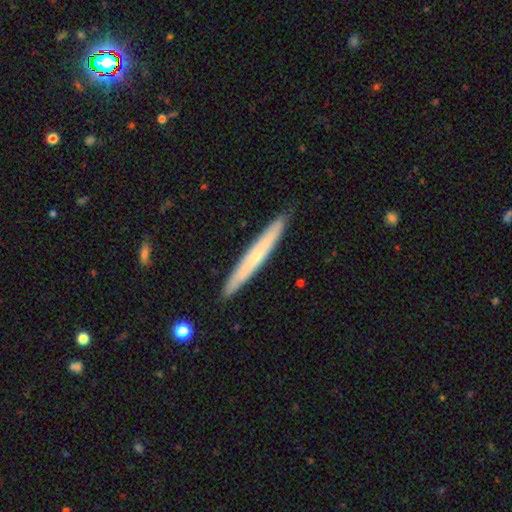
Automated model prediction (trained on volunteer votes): Smooth or featured: smooth — 49% (featured or disk — 45%)
Merging: none — 90% (minor disturbance — 8%)